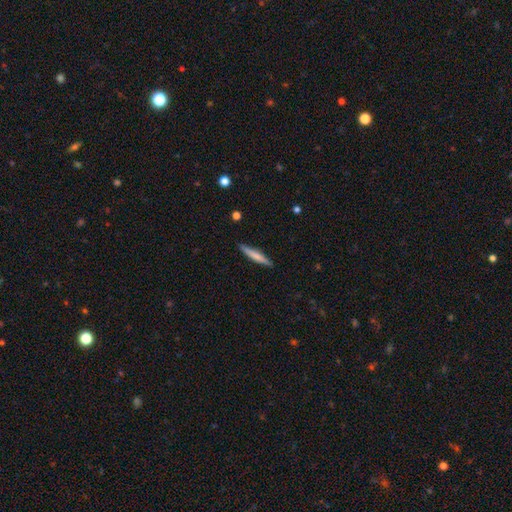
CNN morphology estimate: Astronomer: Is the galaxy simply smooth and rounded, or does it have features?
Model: smooth — 63%.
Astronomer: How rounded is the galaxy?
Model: cigar-shaped — 94%.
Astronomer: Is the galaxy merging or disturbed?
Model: none — 89%.